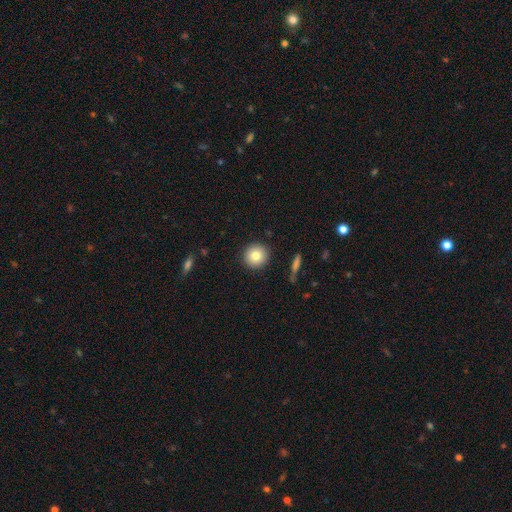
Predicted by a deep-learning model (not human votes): smooth_or_featured: smooth (p=0.81) [alt: featured or disk p=0.10]
how_rounded: round (p=0.94) [alt: in between p=0.05]
merging: none (p=0.91) [alt: minor disturbance p=0.06]